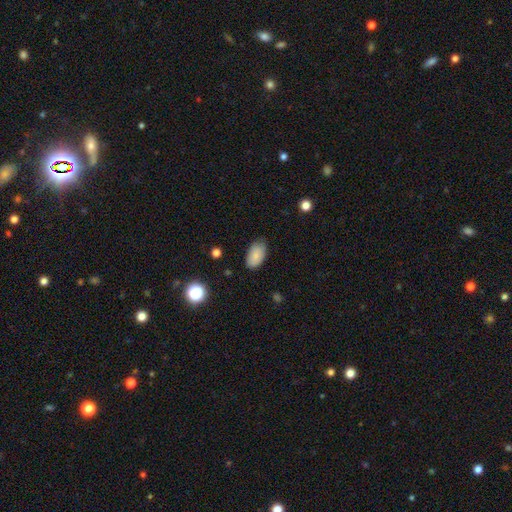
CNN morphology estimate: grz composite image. It shows a smooth galaxy with no disk features (83%) that is in between round and cigar-shaped (94%). Merging: none (75%).